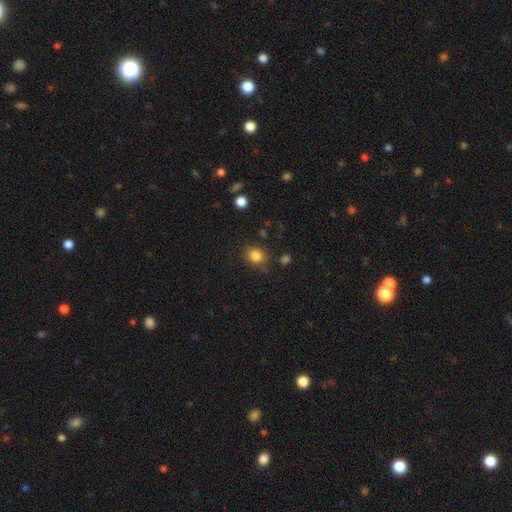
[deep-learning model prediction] Smooth or featured?
  - smooth: 84% *
  - star or artifact: 11%
  - featured or disk: 5%
How rounded?
  - round: 72% *
  - in between: 27%
  - cigar-shaped: 1%
Merging?
  - none: 81% *
  - minor disturbance: 12%
  - major disturbance: 4%
  - merger: 3%